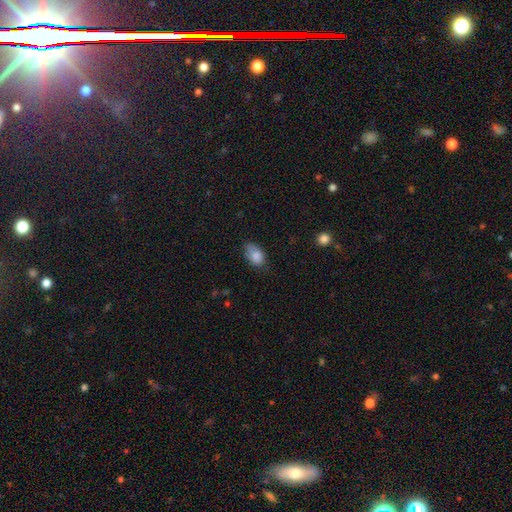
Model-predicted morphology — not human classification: The model was most divided on "merging": none: 60%, minor disturbance: 32%, major disturbance: 7%, merger: 2%. More confident: how rounded — in between (88%); smooth or featured — smooth (85%).